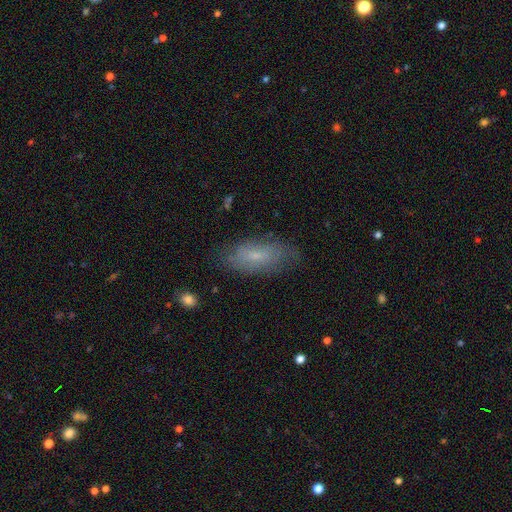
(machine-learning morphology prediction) smooth_or_featured: smooth (p=0.57) [alt: featured or disk p=0.34]
how_rounded: in between (p=0.78) [alt: cigar-shaped p=0.20]
merging: none (p=0.75) [alt: minor disturbance p=0.18]